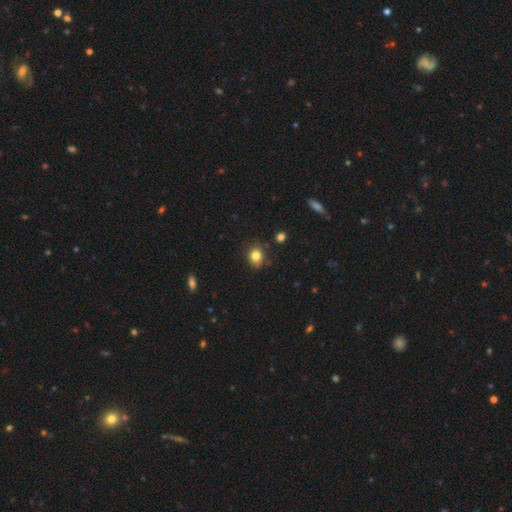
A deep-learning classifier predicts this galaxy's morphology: This is clearly a smooth galaxy (82%). How rounded: likely round (64%). Merging: likely none (77%).